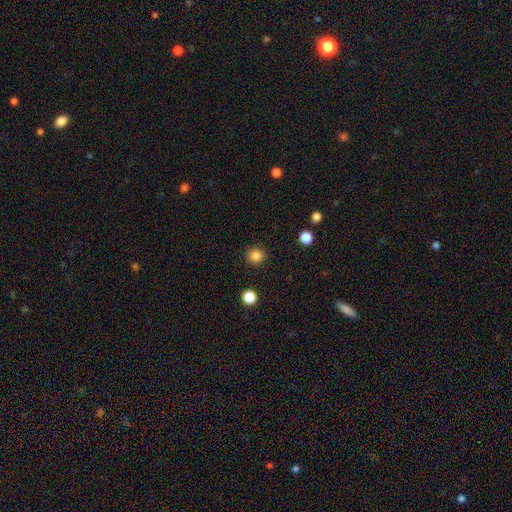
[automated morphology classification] The model was most divided on "smooth or featured": smooth: 84%, star or artifact: 12%, featured or disk: 4%. More confident: how rounded — round (94%); merging — none (92%).